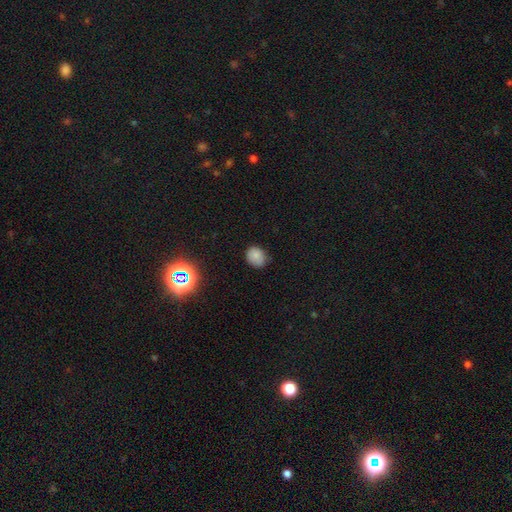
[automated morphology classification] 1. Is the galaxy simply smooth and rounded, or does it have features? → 78% smooth, 14% star or artifact, 8% featured or disk.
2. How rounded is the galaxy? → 67% round, 32% in between, 1% cigar-shaped.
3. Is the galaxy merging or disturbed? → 71% none, 24% minor disturbance, 4% major disturbance, 1% merger.